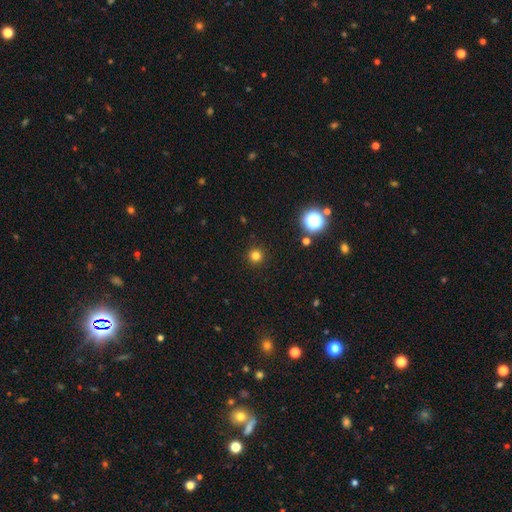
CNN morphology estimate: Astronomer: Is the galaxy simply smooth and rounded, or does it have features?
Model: smooth — 79%.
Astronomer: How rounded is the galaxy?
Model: round — 96%.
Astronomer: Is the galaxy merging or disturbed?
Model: none — 93%.